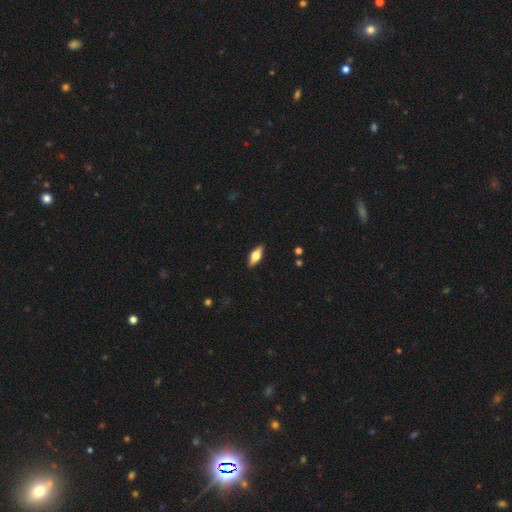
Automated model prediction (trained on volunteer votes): Smooth or featured? Predicted: smooth (p=0.53). How rounded? Predicted: in between (p=0.72). Merging? Predicted: none (p=0.88).